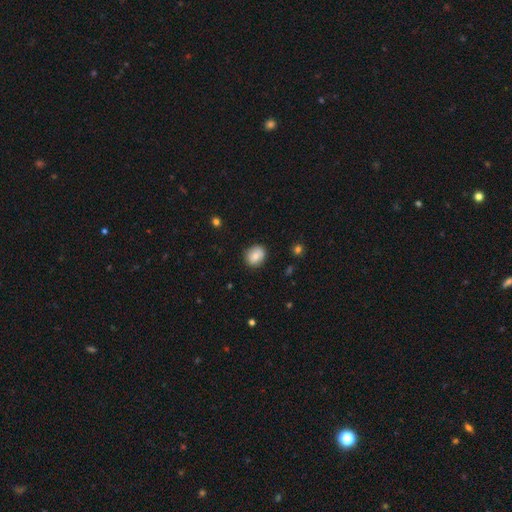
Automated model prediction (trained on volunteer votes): Smooth or featured: smooth — 77% (featured or disk — 14%)
How rounded: round — 62% (in between — 37%)
Merging: none — 81% (minor disturbance — 14%)